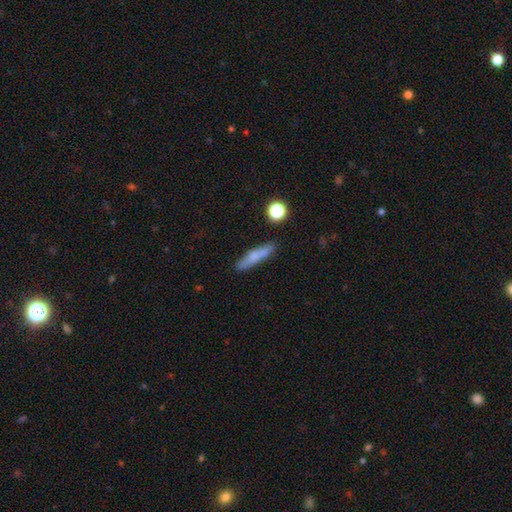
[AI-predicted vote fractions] Morphology: type=smooth (67%); roundness=cigar-shaped (84%); merging=none (83%).